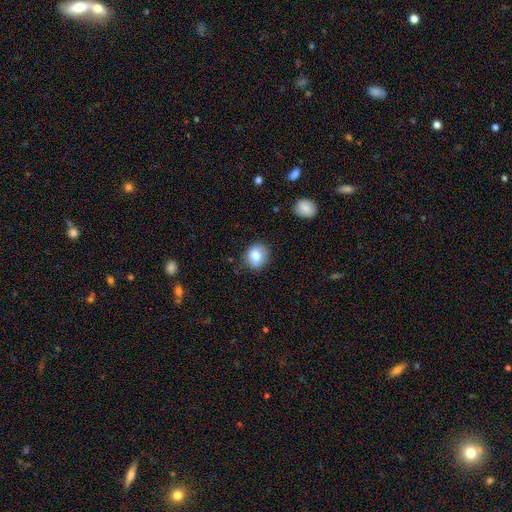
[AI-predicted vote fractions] smooth-or-featured: smooth: 80% | featured or disk: 11% | star or artifact: 9%
  how-rounded: round: 76% | in between: 23% | cigar-shaped: 1%
  merging: none: 83% | minor disturbance: 13% | major disturbance: 3% | merger: 2%